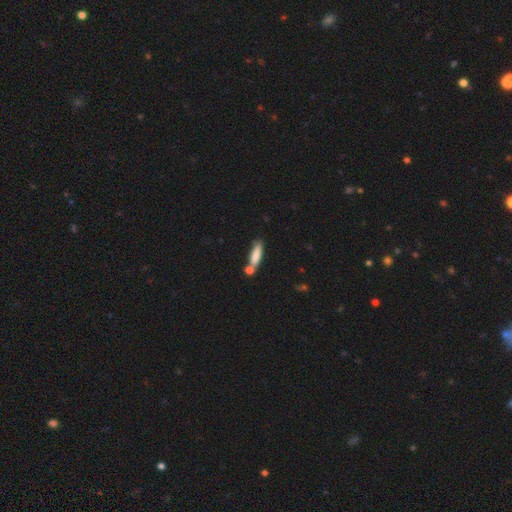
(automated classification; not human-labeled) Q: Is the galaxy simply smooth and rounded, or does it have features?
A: smooth — 80%.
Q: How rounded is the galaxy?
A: cigar-shaped — 63%.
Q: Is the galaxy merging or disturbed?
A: none — 53%.